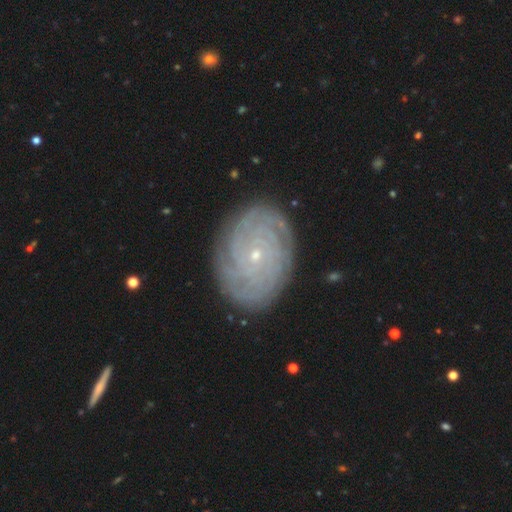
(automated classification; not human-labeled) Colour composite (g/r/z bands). It shows a featured or disk galaxy (84%) with no bar (80%), tight (87%) spiral arms (97%) and a small central bulge (85%). Merging: none (87%).